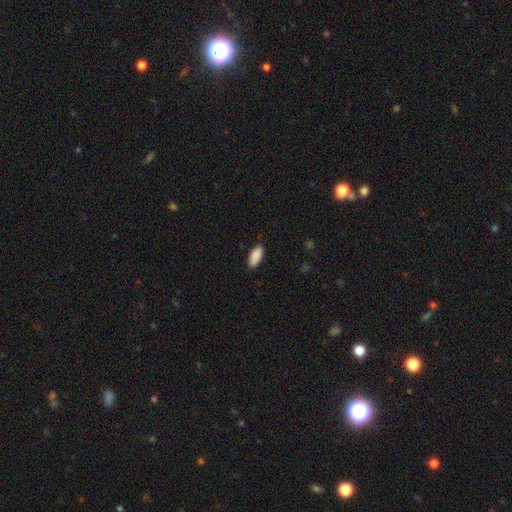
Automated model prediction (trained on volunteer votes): A smooth galaxy with no disk features (91%) that is in between round and cigar-shaped (88%). Merging: none (87%).